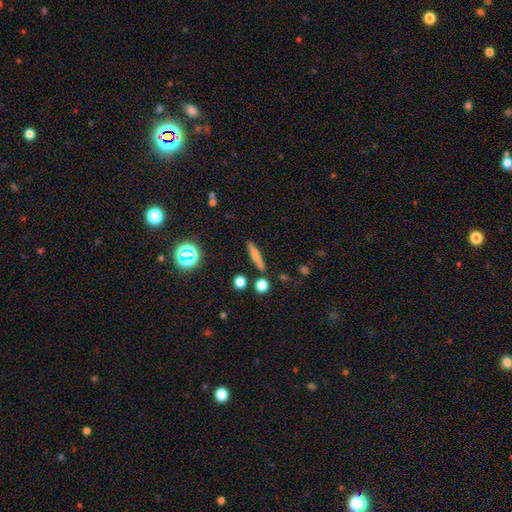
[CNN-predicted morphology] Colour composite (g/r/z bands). It shows a smooth galaxy with no disk features (69%) that is cigar-shaped (85%). Merging: none (84%).